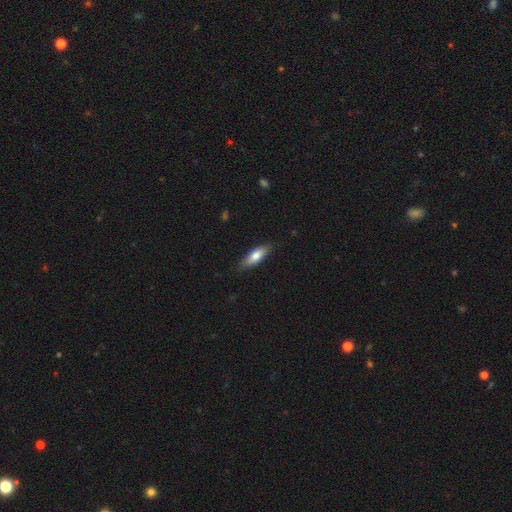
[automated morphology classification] smooth_or_featured: smooth (p=0.72) [alt: featured or disk p=0.22]
how_rounded: in between (p=0.53) [alt: cigar-shaped p=0.44]
merging: none (p=0.83) [alt: minor disturbance p=0.14]